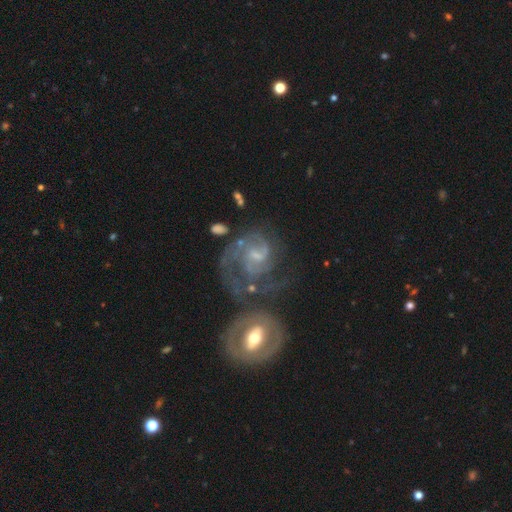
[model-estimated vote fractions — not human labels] Smooth or featured?
  - featured or disk: 85% *
  - smooth: 9%
  - star or artifact: 7%
Edge-on disk?
  - no: 98% *
  - yes: 2%
Bar?
  - weak: 48% *
  - no: 41%
  - strong: 11%
Spiral arms?
  - yes: 92% *
  - no: 8%
Spiral winding?
  - medium: 44% *
  - tight: 41%
  - loose: 15%
Spiral arm count?
  - 2: 46% *
  - can't tell: 22%
  - 3: 15%
  - 1: 9%
  - 4: 4%
  - more than 4: 4%
Bulge size?
  - small: 52% *
  - moderate: 23%
  - none: 21%
  - large: 2%
  - dominant: 1%
Merging?
  - none: 37% *
  - merger: 24%
  - major disturbance: 22%
  - minor disturbance: 16%